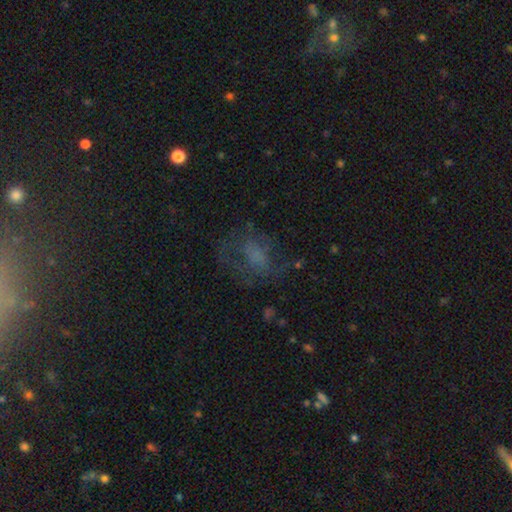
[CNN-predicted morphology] smooth-or-featured: smooth: 40% (tied) | featured or disk: 40% (tied) | star or artifact: 19%
  merging: none: 49% | major disturbance: 31% | minor disturbance: 18% | merger: 2%